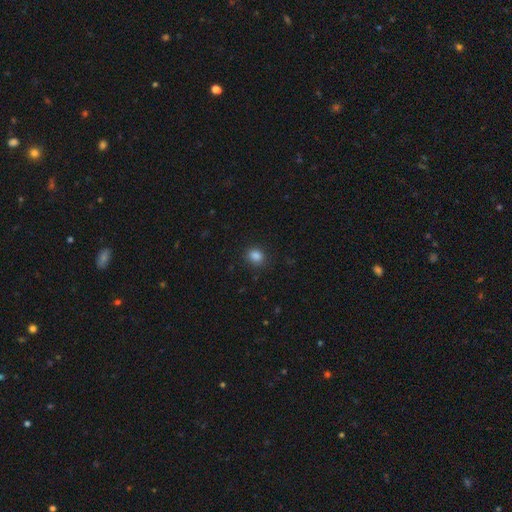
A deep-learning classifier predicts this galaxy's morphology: This is clearly a smooth galaxy (85%). How rounded: likely round (61%). Merging: clearly none (87%).